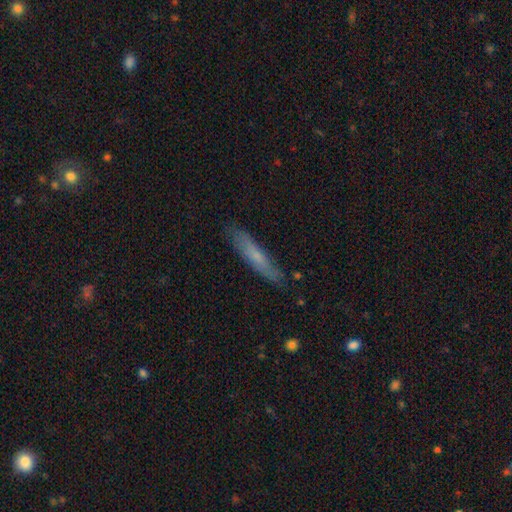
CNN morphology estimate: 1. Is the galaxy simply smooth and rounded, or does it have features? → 60% smooth, 33% featured or disk, 7% star or artifact.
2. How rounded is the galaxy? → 89% cigar-shaped, 9% in between, 1% round.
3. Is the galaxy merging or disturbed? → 83% none, 13% minor disturbance, 2% major disturbance, 1% merger.